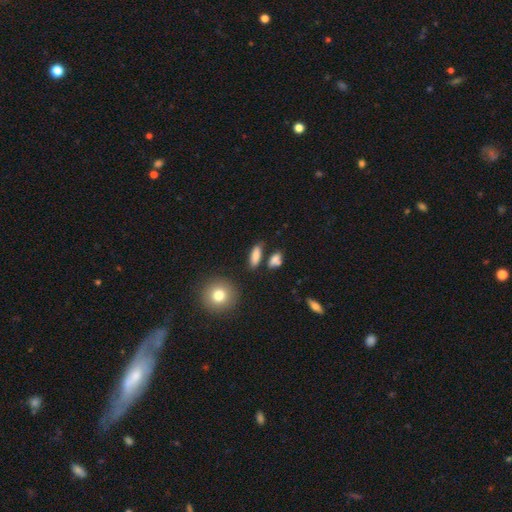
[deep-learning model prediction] Smooth or featured?
  - smooth: 83% *
  - star or artifact: 8%
  - featured or disk: 8%
How rounded?
  - in between: 61% *
  - cigar-shaped: 33%
  - round: 5%
Merging?
  - none: 74% *
  - minor disturbance: 13%
  - merger: 9%
  - major disturbance: 4%